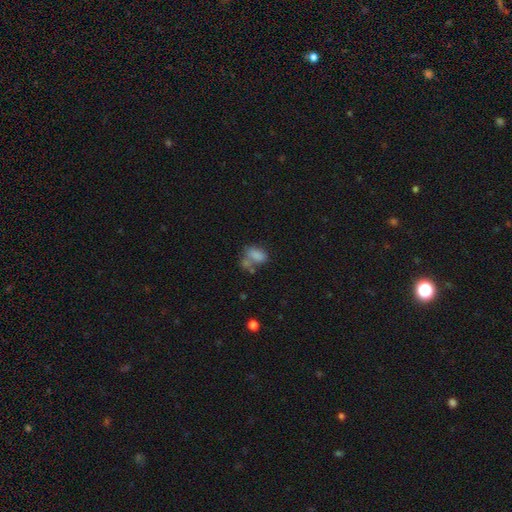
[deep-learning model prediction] Q: Smooth or featured?
A: smooth (78%); runner-up: featured or disk (11%)
Q: How rounded?
A: in between (85%); runner-up: round (13%)
Q: Merging?
A: none (38%); runner-up: merger (36%)